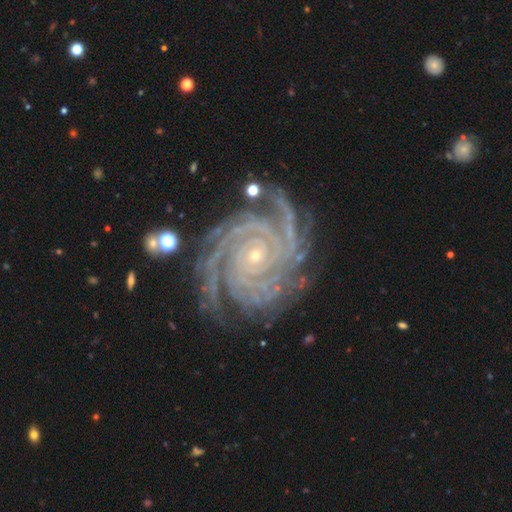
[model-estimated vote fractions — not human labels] A featured or disk galaxy (93%) with no bar (73%), 4 (31%) tight (85%) spiral arms (99%) and a small central bulge (85%).

Vote fractions:
- Smooth or featured? featured or disk: 93% / star or artifact: 5% / smooth: 2%
- Edge-on disk? no: 98% / yes: 2%
- Bar? no: 73% / weak: 16% / strong: 11%
- Spiral arms? yes: 99% / no: 1%
- Spiral winding? tight: 85% / medium: 13% / loose: 2%
- Spiral arm count? 4: 31% / more than 4: 26% / 3: 15% / can't tell: 11% / 2: 9% / 1: 8%
- Bulge size? small: 85% / moderate: 12% / none: 1% / large: 1% / dominant: 1%
- Merging? none: 76% / minor disturbance: 16% / major disturbance: 6% / merger: 2%